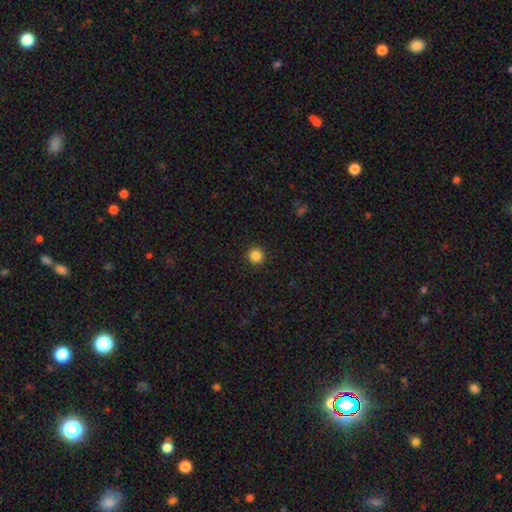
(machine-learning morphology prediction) smooth 85%, star or artifact 11%, featured or disk 4%. Down the decision tree: how rounded — round (95%); merging — none (93%).